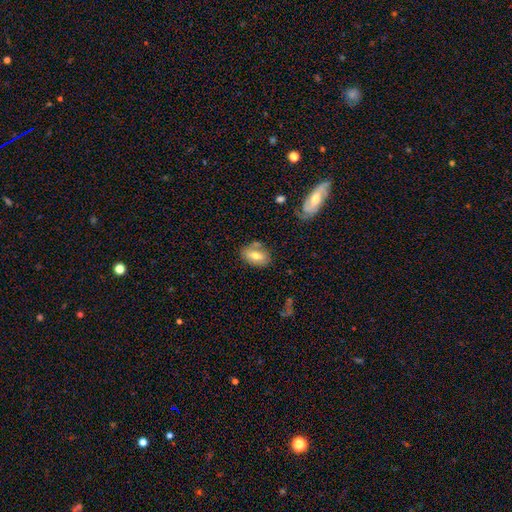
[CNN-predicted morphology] This appears to be a smooth galaxy with no disk features (67%) that is in between round and cigar-shaped (84%). Merging: none (67%).